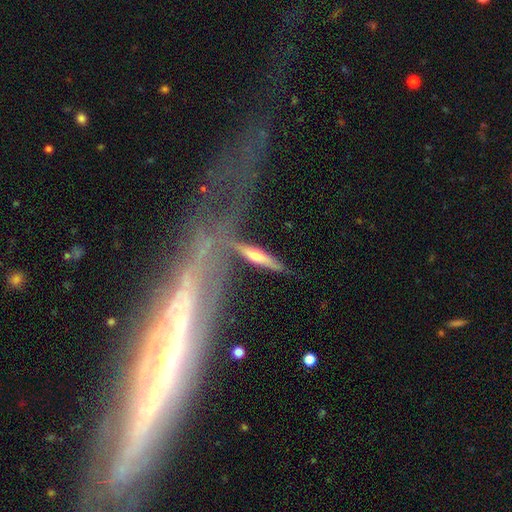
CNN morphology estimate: Smooth or featured? Predicted: featured or disk (p=0.60). Edge-on disk? Predicted: yes (p=0.82). Merging? Predicted: none (p=0.61).